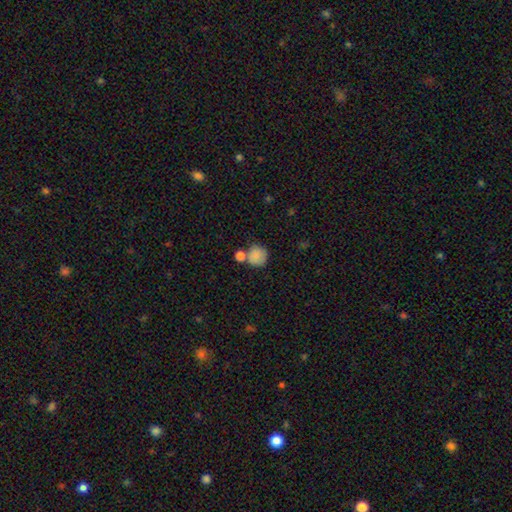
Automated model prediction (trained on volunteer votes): Smooth or featured?
  - smooth: 84% *
  - star or artifact: 9%
  - featured or disk: 6%
How rounded?
  - round: 86% *
  - in between: 13%
  - cigar-shaped: 1%
Merging?
  - none: 56% *
  - merger: 26%
  - minor disturbance: 13%
  - major disturbance: 5%